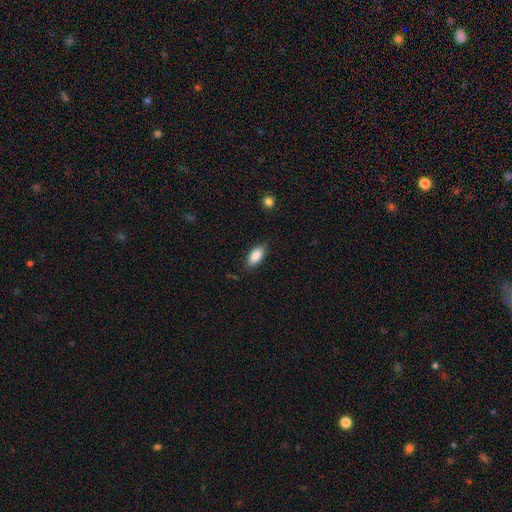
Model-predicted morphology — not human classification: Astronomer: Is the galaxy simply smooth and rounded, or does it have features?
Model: smooth — 87%.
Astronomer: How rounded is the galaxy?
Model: in between — 88%.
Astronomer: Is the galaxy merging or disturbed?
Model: none — 82%.